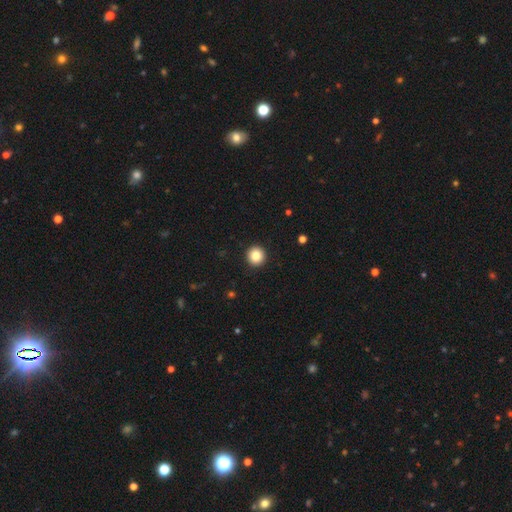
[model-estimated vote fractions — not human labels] This appears to be a smooth galaxy with no disk features (84%) that is round (95%). Merging: none (94%).